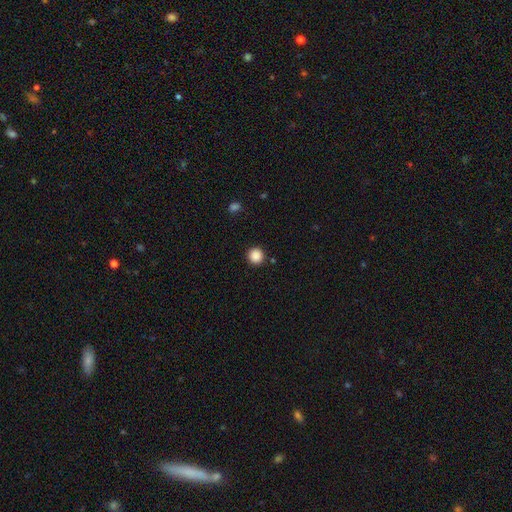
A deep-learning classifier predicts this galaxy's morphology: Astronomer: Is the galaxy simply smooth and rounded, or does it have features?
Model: smooth — 87%.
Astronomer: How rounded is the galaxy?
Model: round — 95%.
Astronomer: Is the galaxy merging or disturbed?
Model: none — 91%.